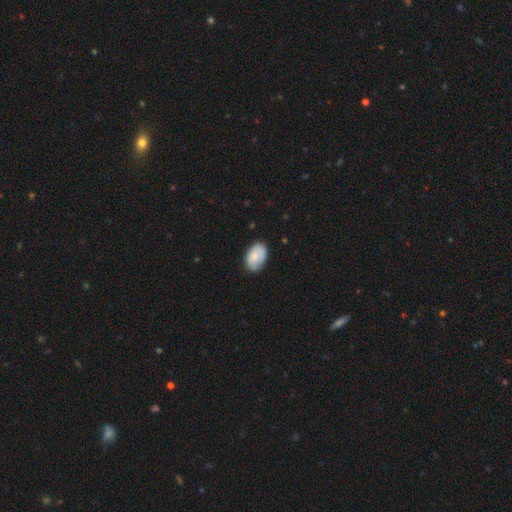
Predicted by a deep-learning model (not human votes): This is likely a smooth galaxy (79%). How rounded: clearly in between (88%). Merging: likely none (74%).